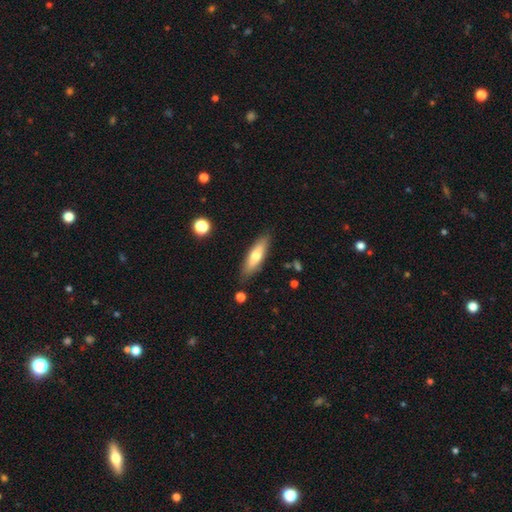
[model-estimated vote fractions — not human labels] Morphology: type=smooth (64%); roundness=cigar-shaped (57%); merging=none (85%).